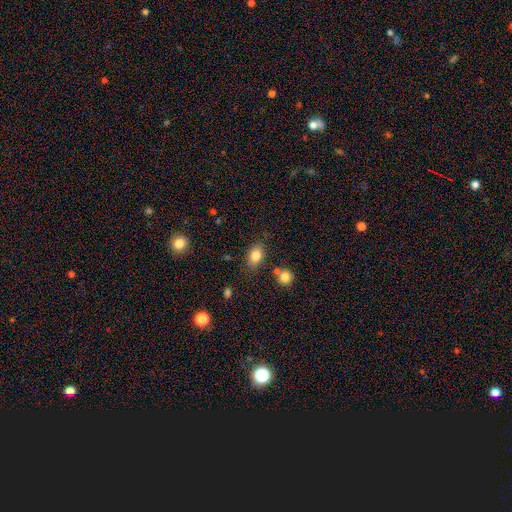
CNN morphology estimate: Overall: smooth (81%). How rounded: in between (79%). Merging: none (78%).